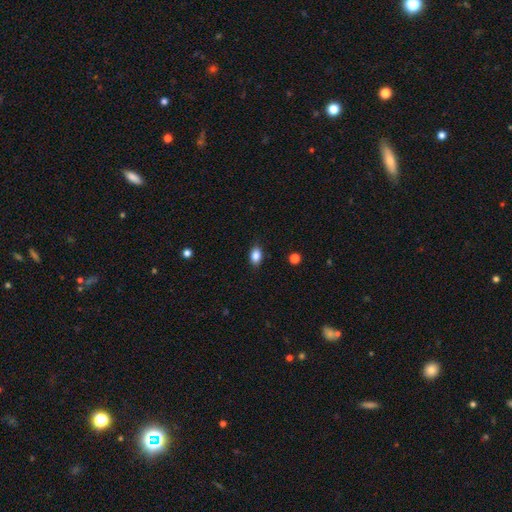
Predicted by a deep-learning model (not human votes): A smooth galaxy with no disk features (86%) that is in between round and cigar-shaped (85%). Merging: none (86%).